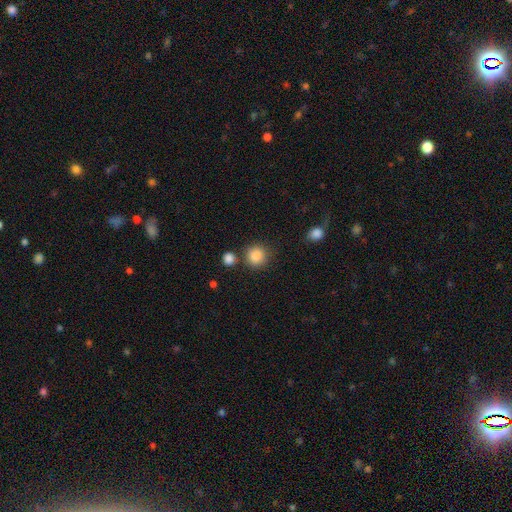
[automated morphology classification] Overall: smooth (87%). How rounded: round (90%). Merging: none (78%).